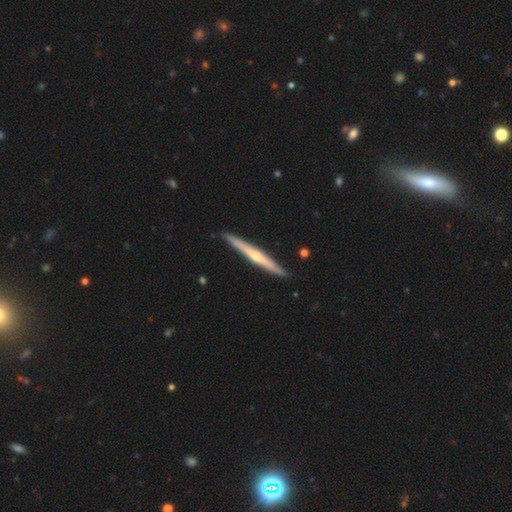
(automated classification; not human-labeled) The model was most divided on "smooth or featured": featured or disk: 73%, smooth: 22%, star or artifact: 5%. More confident: edge-on disk — yes (97%); merging — none (90%); edge-on bulge — rounded (76%).